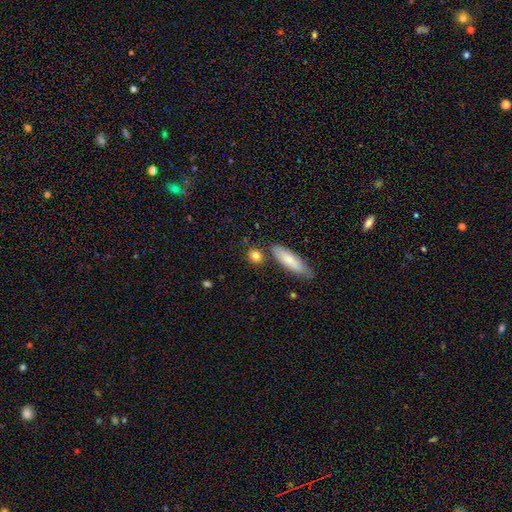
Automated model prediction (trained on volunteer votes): smooth_or_featured: smooth (p=0.83) [alt: featured or disk p=0.09]
how_rounded: round (p=0.59) [alt: in between p=0.27]
merging: none (p=0.77) [alt: minor disturbance p=0.11]